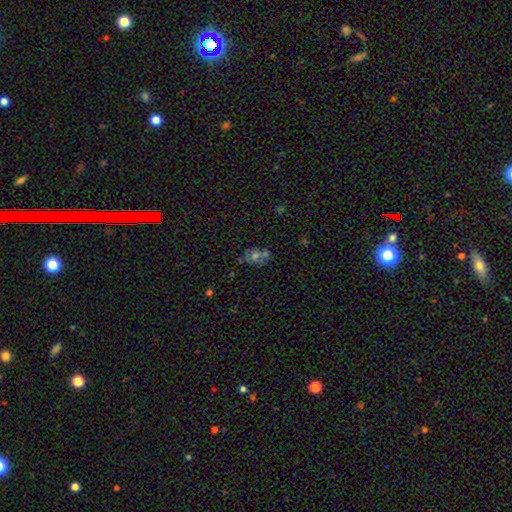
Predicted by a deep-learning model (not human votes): Q: Smooth or featured?
A: smooth (54%); runner-up: featured or disk (25%)
Q: How rounded?
A: in between (49%); tied with: round (49%)
Q: Merging?
A: none (48%); runner-up: merger (31%)